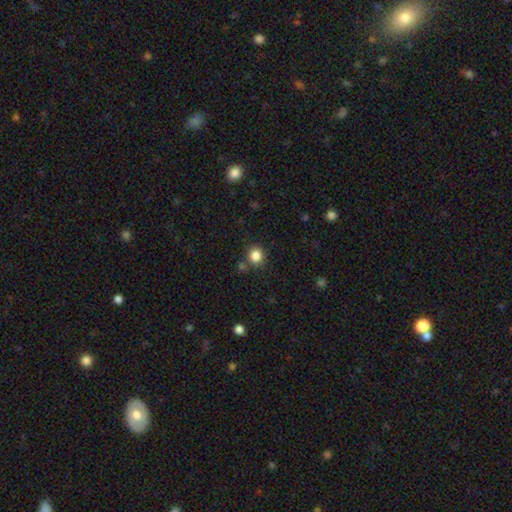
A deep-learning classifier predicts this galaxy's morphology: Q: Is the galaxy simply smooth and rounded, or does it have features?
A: smooth — 84%.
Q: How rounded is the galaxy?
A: round — 86%.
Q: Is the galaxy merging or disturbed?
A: none — 81%.